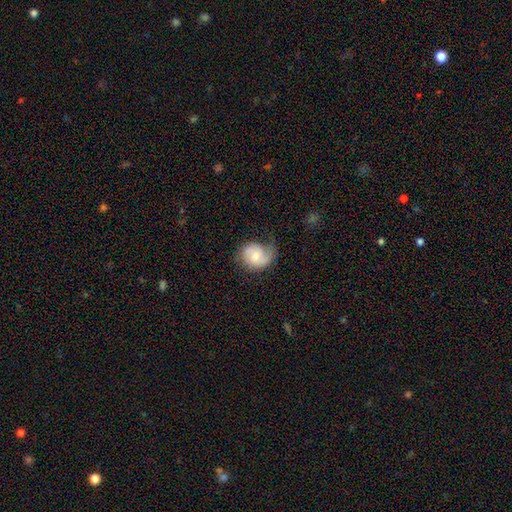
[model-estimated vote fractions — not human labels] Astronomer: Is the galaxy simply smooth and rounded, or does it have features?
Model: featured or disk — 60%.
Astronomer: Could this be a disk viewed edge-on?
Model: no — 98%.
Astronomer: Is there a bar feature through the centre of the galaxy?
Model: no — 50% (runner-up: weak, 42%).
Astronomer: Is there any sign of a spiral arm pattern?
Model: yes — 89%.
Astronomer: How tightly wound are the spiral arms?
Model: medium — 42% (runner-up: loose, 31%).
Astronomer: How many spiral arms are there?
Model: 2 — 58%.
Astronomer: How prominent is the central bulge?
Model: moderate — 53% (runner-up: small, 39%).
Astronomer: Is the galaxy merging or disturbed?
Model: none — 52% (runner-up: minor disturbance, 29%).